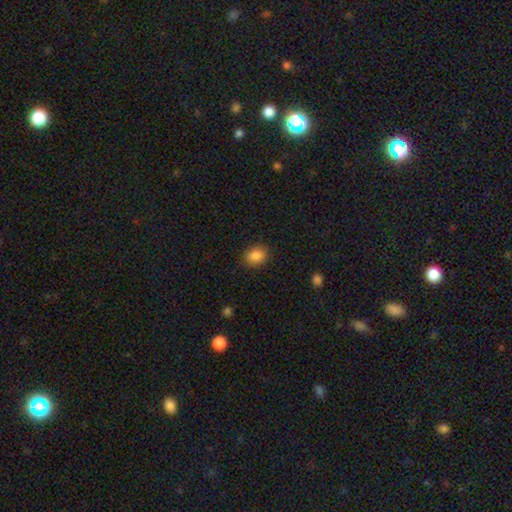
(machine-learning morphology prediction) Smooth or featured: smooth — 85% (star or artifact — 9%)
How rounded: round — 53% (in between — 46%)
Merging: none — 86% (minor disturbance — 10%)